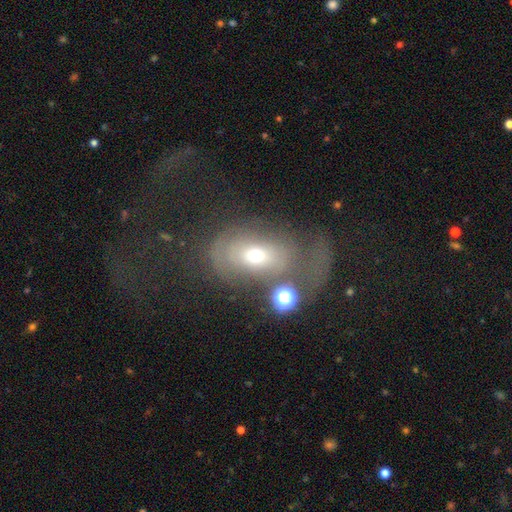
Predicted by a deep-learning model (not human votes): featured or disk 47%, smooth 40%, star or artifact 13%. Down the decision tree: merging — major disturbance (46%).